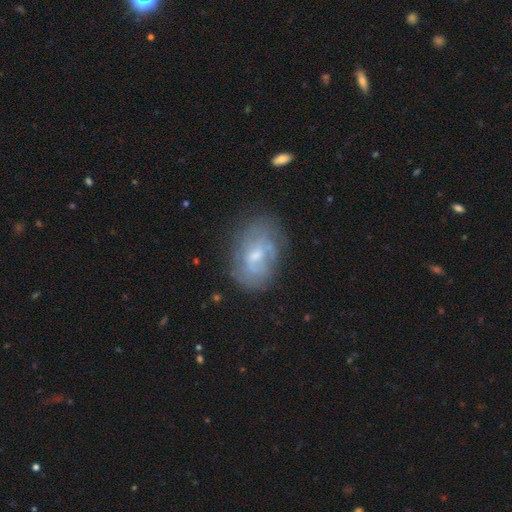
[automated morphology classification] type=featured or disk (55%); edge-on=no (96%); bar=no (55%); spiral arms=yes (52%); bulge=small (49%); merging=none (62%).